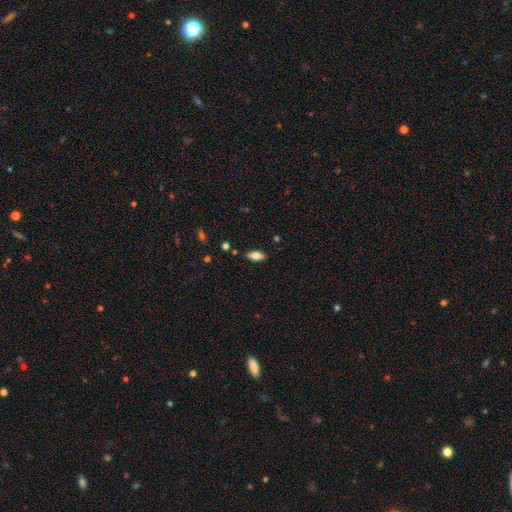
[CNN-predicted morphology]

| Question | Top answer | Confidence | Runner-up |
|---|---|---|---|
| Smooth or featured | smooth | 76% | featured or disk (16%) |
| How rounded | in between | 82% | cigar-shaped (16%) |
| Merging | none | 84% | minor disturbance (12%) |